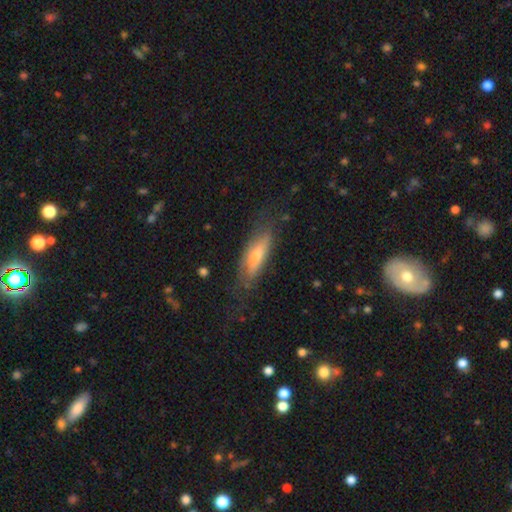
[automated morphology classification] Q: Smooth or featured?
A: smooth (53%); runner-up: featured or disk (41%)
Q: How rounded?
A: cigar-shaped (52%); runner-up: in between (46%)
Q: Merging?
A: none (65%); runner-up: minor disturbance (23%)